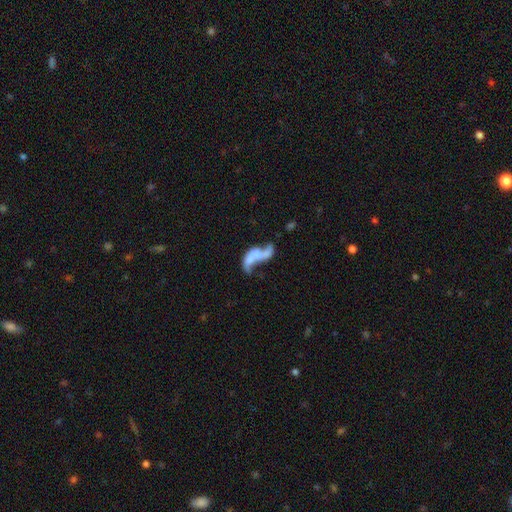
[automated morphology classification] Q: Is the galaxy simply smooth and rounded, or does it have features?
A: featured or disk — 62%.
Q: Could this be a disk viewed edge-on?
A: no — 95%.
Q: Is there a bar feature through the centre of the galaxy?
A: no — 68%.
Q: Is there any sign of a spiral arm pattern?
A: yes — 57%.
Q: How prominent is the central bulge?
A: none — 57%.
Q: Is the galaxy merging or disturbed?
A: merger — 45%.